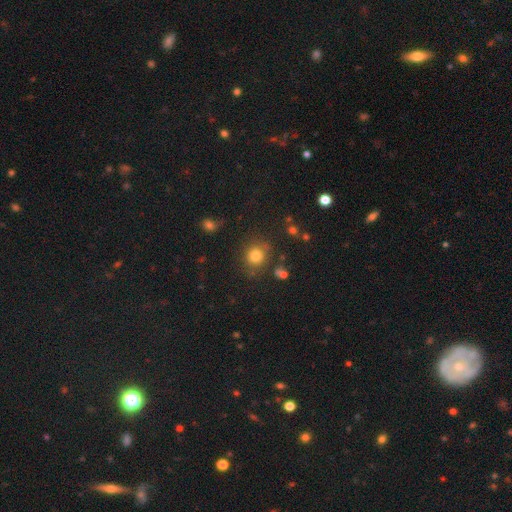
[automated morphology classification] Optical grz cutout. It shows a smooth galaxy with no disk features (78%) that is round (86%). Merging: none (80%).